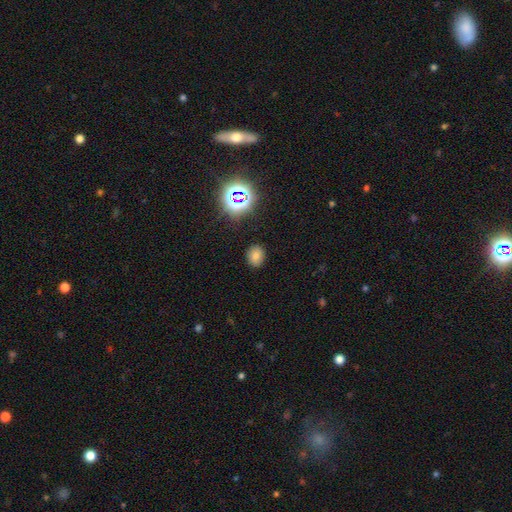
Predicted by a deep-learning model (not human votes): smooth-or-featured: smooth: 66% | star or artifact: 26% | featured or disk: 8%
  how-rounded: round: 66% | in between: 33% | cigar-shaped: 1%
  merging: none: 86% | minor disturbance: 9% | major disturbance: 3% | merger: 2%